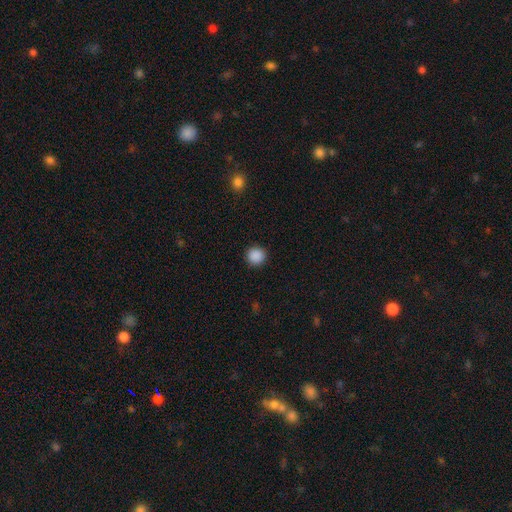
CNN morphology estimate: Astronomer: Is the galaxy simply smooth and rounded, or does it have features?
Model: smooth — 89%.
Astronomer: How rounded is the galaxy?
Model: round — 93%.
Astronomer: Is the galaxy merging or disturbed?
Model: none — 92%.